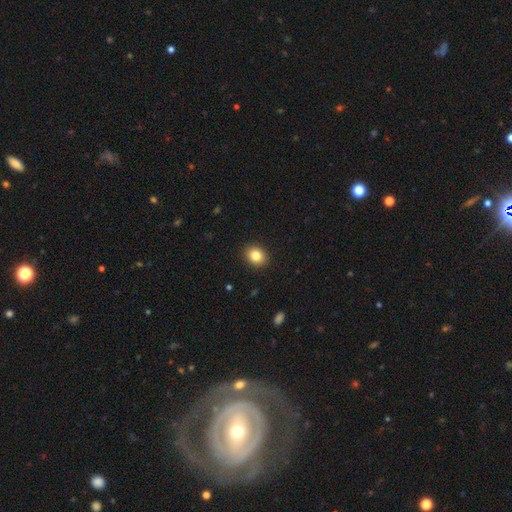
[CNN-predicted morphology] A smooth galaxy with no disk features (84%) that is round (58%).

Vote fractions:
- Smooth or featured? smooth: 84% / star or artifact: 10% / featured or disk: 7%
- How rounded? round: 58% / in between: 41% / cigar-shaped: 1%
- Merging? none: 91% / minor disturbance: 6% / major disturbance: 2% / merger: 1%